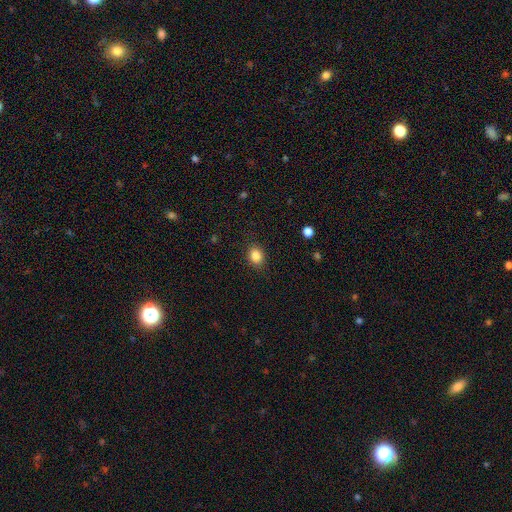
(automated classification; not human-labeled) Morphology: type=smooth (85%); roundness=round (54%); merging=none (88%).